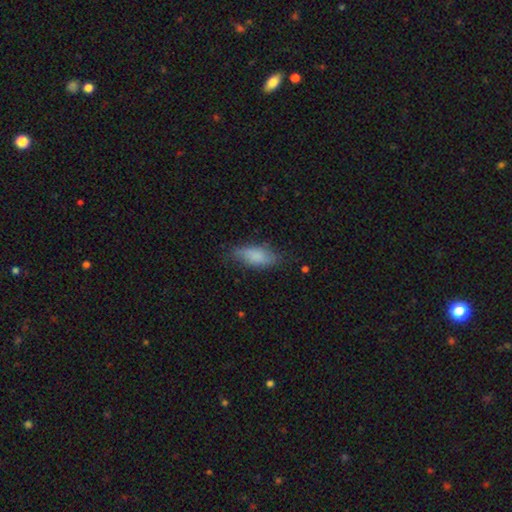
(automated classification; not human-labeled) smooth 81%, featured or disk 12%, star or artifact 7%. Down the decision tree: how rounded — in between (79%); merging — none (70%).